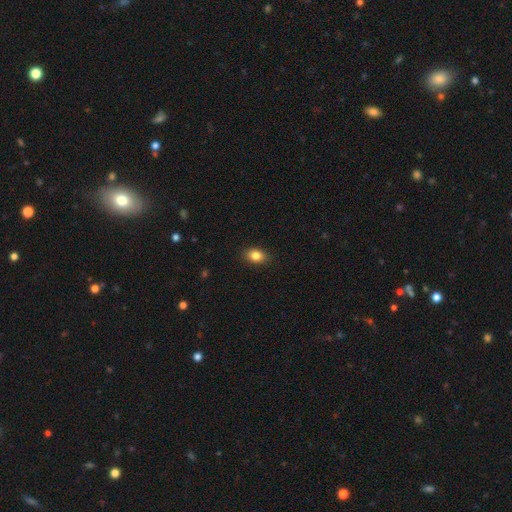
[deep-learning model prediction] The model was most divided on "how rounded": in between: 79%, round: 20%, cigar-shaped: 2%. More confident: merging — none (89%); smooth or featured — smooth (84%).